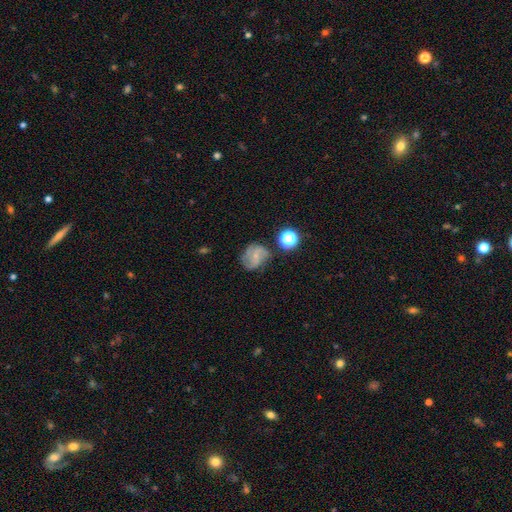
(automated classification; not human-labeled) Morphology: type=featured or disk (57%); edge-on=no (98%); bar=no (59%); spiral arms=yes (85%); bulge=small (72%); merging=none (59%).